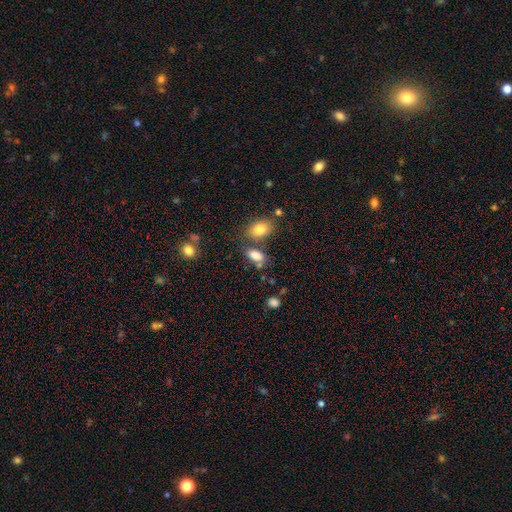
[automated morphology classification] A smooth galaxy with no disk features (82%) that is in between round and cigar-shaped (88%). Merging: none (56%).